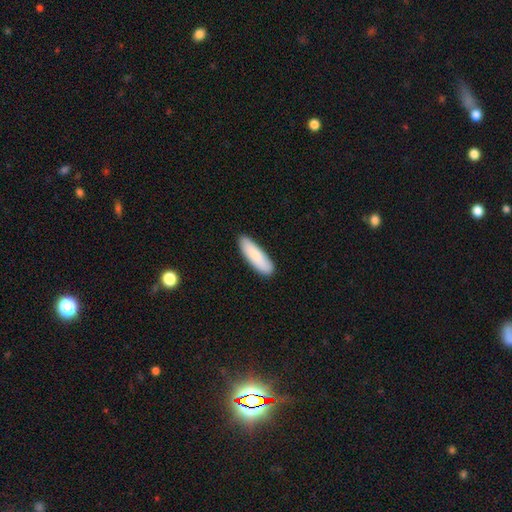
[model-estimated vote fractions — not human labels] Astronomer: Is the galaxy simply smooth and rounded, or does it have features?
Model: smooth — 85%.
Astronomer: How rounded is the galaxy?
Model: cigar-shaped — 56% (runner-up: in between, 42%).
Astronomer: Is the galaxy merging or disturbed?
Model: none — 88%.